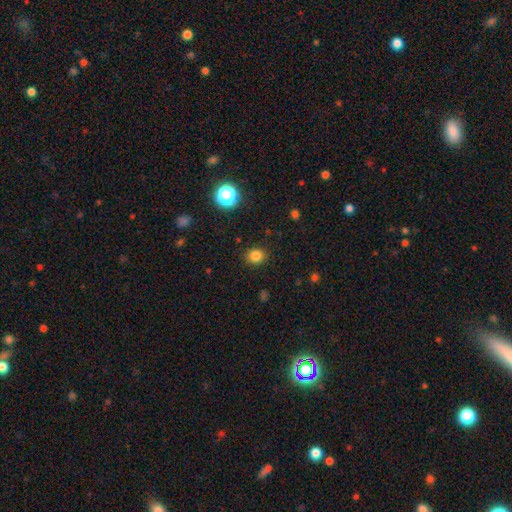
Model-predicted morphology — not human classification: Smooth or featured? smooth (82%)
How rounded? round (75%)
Merging? none (89%)